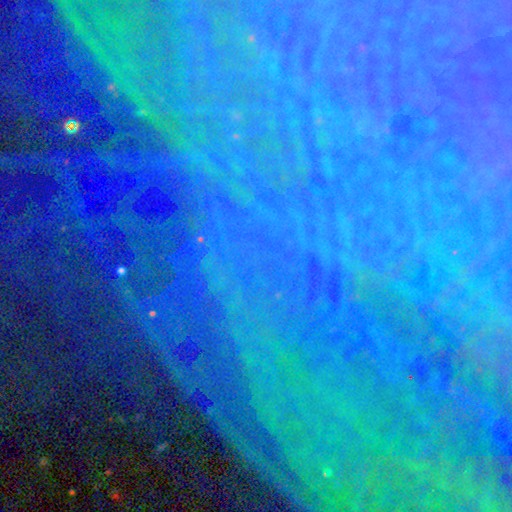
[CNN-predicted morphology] Smooth or featured: star or artifact — 84% (featured or disk — 9%)